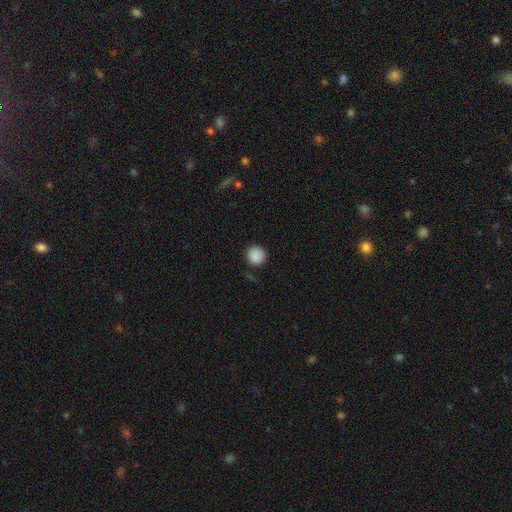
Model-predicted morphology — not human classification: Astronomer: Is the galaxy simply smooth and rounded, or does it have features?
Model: smooth — 88%.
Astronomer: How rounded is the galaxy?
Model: round — 92%.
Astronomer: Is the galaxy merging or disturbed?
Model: none — 85%.